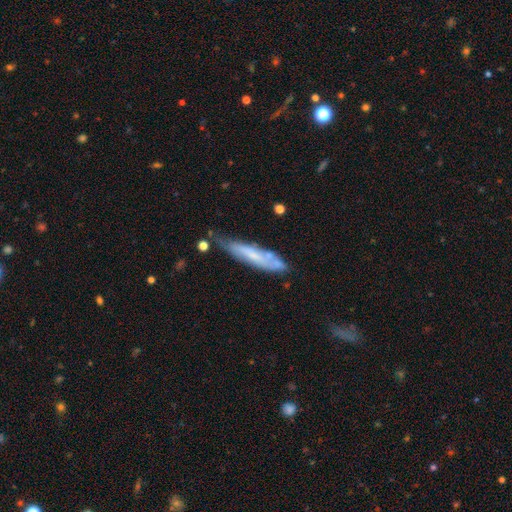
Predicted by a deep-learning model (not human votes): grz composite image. It shows a smooth galaxy with no disk features (49%). Merging: none (51%).